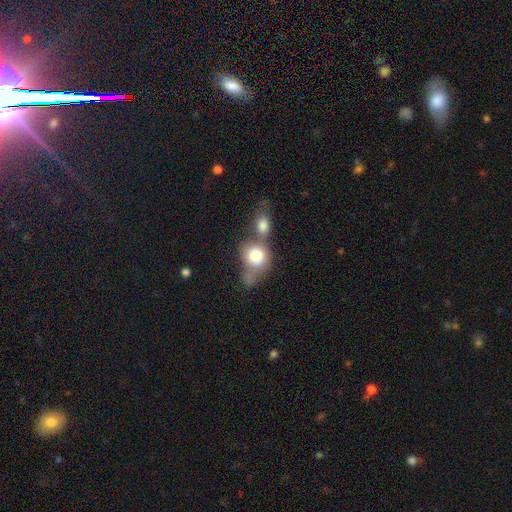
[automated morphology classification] Smooth or featured: smooth — 77% (featured or disk — 15%)
How rounded: round — 61% (in between — 37%)
Merging: merger — 57% (none — 23%)